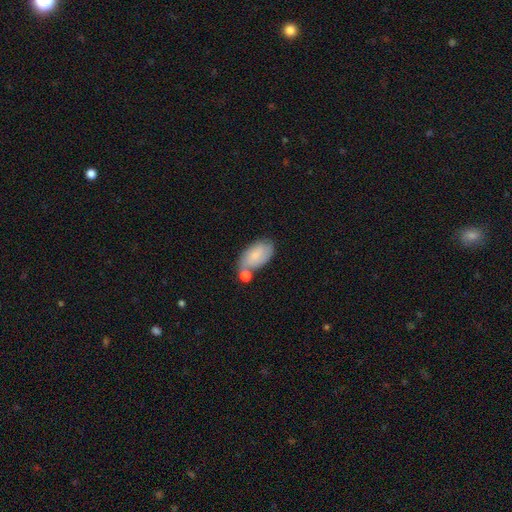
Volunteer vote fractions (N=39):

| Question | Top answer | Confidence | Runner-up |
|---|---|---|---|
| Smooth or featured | smooth | 87% | star or artifact (8%) |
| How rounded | in between | 97% | cigar-shaped (3%) |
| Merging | none | 58% | merger (19%) |